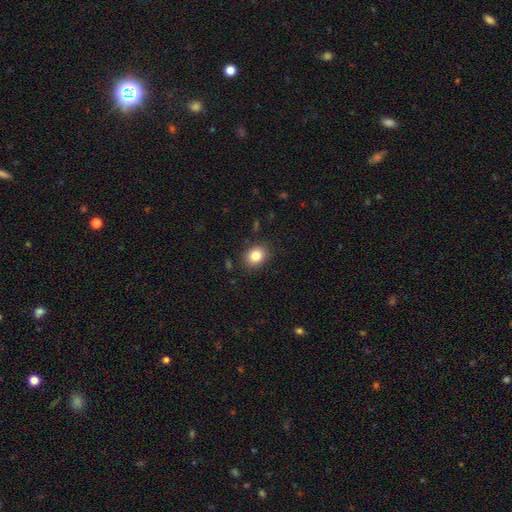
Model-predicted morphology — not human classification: The model was most divided on "how rounded": round: 56%, in between: 43%, cigar-shaped: 1%. More confident: merging — none (87%); smooth or featured — smooth (83%).